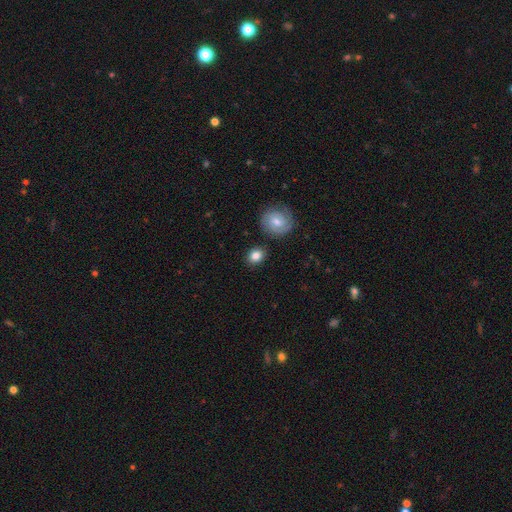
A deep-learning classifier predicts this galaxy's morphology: type=smooth (81%); roundness=round (65%); merging=none (83%).